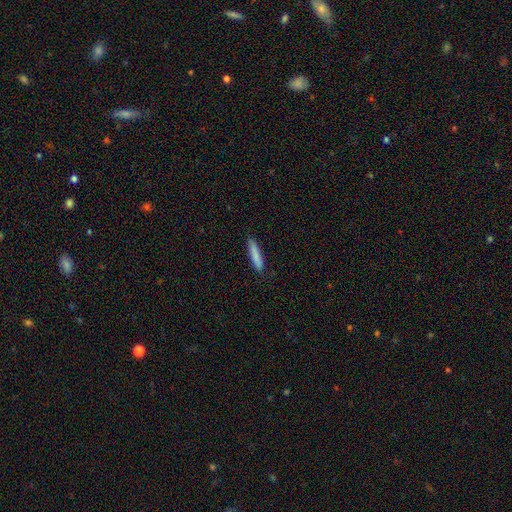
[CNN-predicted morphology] smooth_or_featured: smooth (p=0.84) [alt: featured or disk p=0.10]
how_rounded: cigar-shaped (p=0.89) [alt: in between p=0.10]
merging: none (p=0.87) [alt: minor disturbance p=0.10]